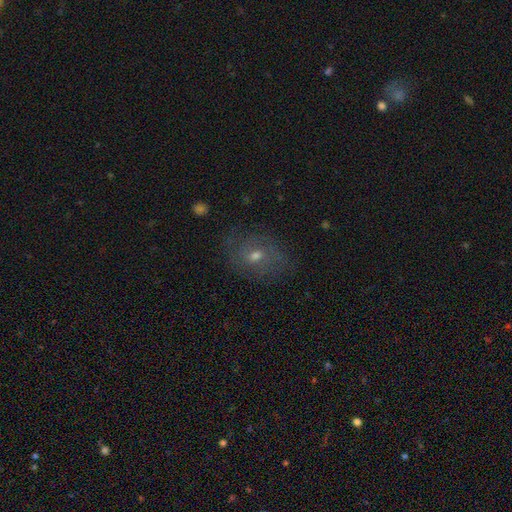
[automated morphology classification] A featured or disk galaxy (52%). Merging: none (72%).